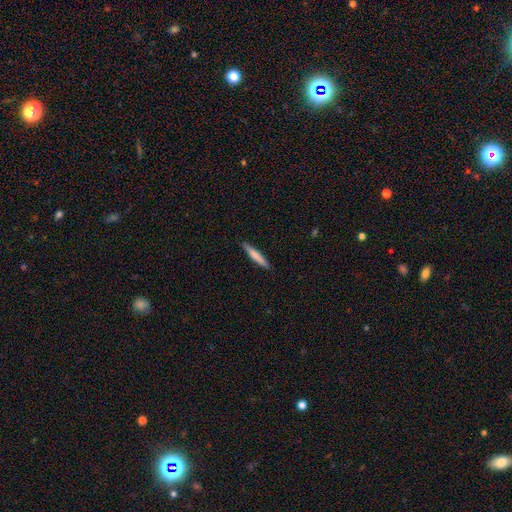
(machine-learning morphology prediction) smooth-or-featured: smooth: 71% | featured or disk: 24% | star or artifact: 5%
  how-rounded: cigar-shaped: 94% | in between: 5% | round: 1%
  merging: none: 88% | minor disturbance: 9% | major disturbance: 2% | merger: 1%